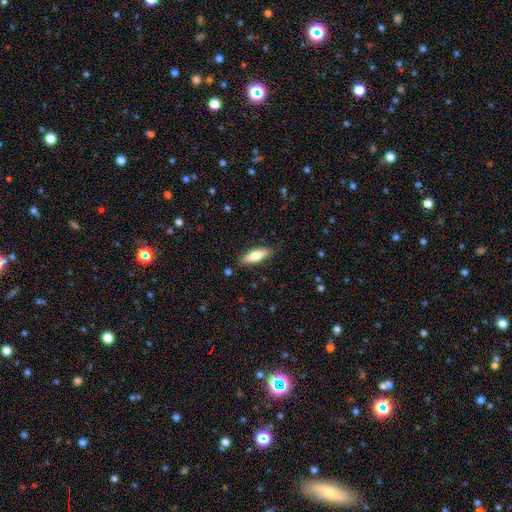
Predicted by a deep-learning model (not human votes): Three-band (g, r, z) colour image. It shows a smooth galaxy with no disk features (69%) that is in between round and cigar-shaped (54%). Merging: none (87%).